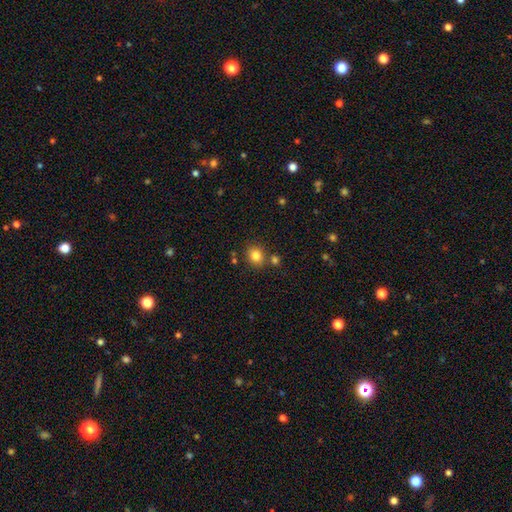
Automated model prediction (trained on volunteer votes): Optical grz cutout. It shows a smooth galaxy with no disk features (82%) that is round (72%). Merging: none (76%).